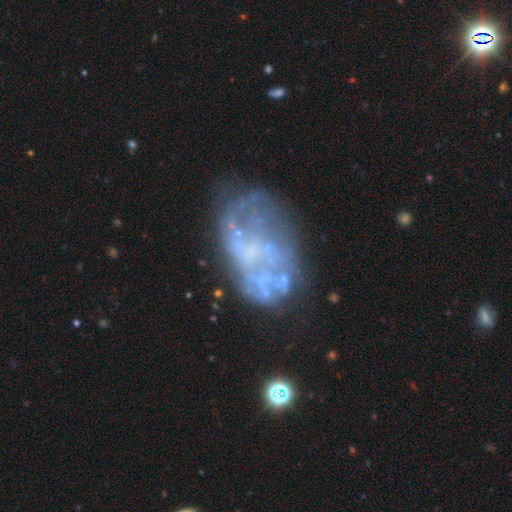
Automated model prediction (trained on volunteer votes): Smooth or featured? Predicted: featured or disk (p=0.70). Edge-on disk? Predicted: no (p=0.98). Bar? Predicted: no (p=0.86). Spiral arms? Predicted: no (p=0.79). Bulge size? Predicted: none (p=0.72). Merging? Predicted: none (p=0.47).